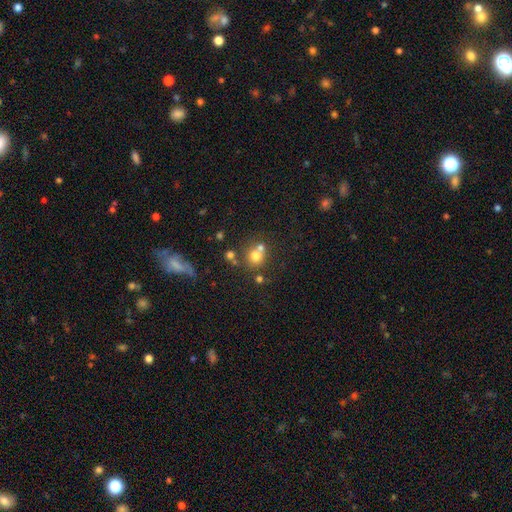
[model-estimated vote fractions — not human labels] The model was most divided on "merging": none: 52%, merger: 35%, minor disturbance: 9%, major disturbance: 5%. More confident: how rounded — round (86%); smooth or featured — smooth (70%).